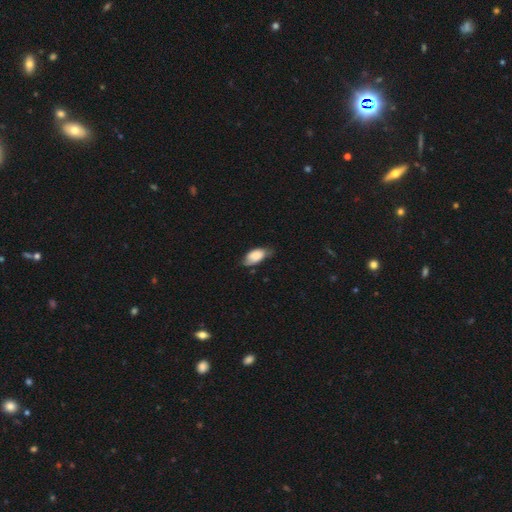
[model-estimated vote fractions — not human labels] Smooth or featured: smooth — 81% (featured or disk — 12%)
How rounded: in between — 92% (cigar-shaped — 4%)
Merging: none — 55% (minor disturbance — 36%)